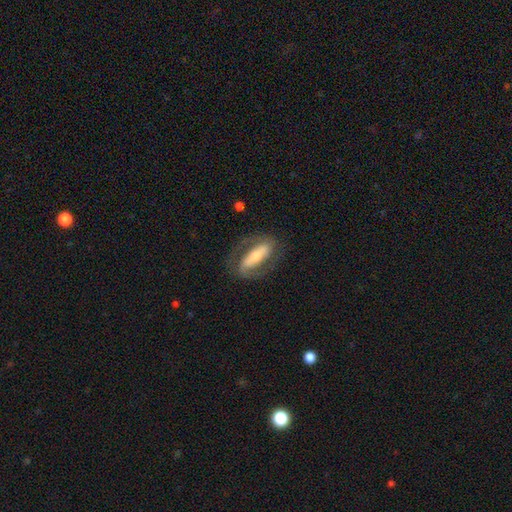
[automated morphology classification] Smooth or featured?
  - featured or disk: 68% *
  - smooth: 27%
  - star or artifact: 5%
Edge-on disk?
  - no: 83% *
  - yes: 17%
Bar?
  - strong: 63% *
  - no: 19%
  - weak: 18%
Spiral arms?
  - yes: 70% *
  - no: 30%
Bulge size?
  - moderate: 44% *
  - small: 37%
  - large: 13%
  - none: 3%
  - dominant: 3%
Merging?
  - none: 75% *
  - minor disturbance: 14%
  - major disturbance: 10%
  - merger: 1%